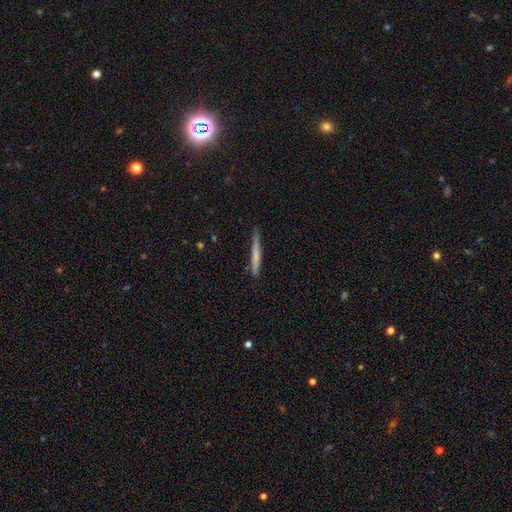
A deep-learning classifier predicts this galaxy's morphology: This appears to be a smooth galaxy with no disk features (63%) that is cigar-shaped (97%). Merging: none (82%).